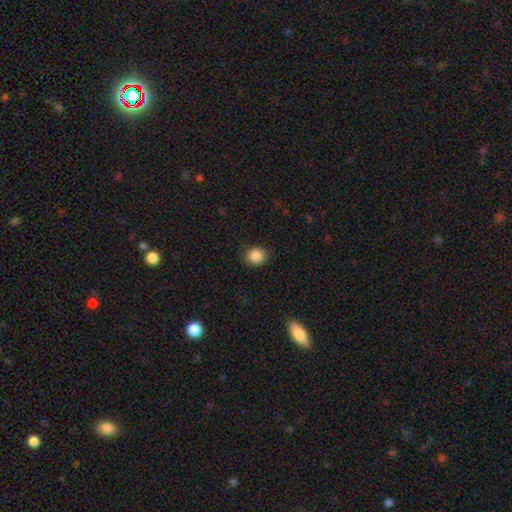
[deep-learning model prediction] Smooth or featured? Predicted: smooth (p=0.87). How rounded? Predicted: round (p=0.77). Merging? Predicted: none (p=0.87).